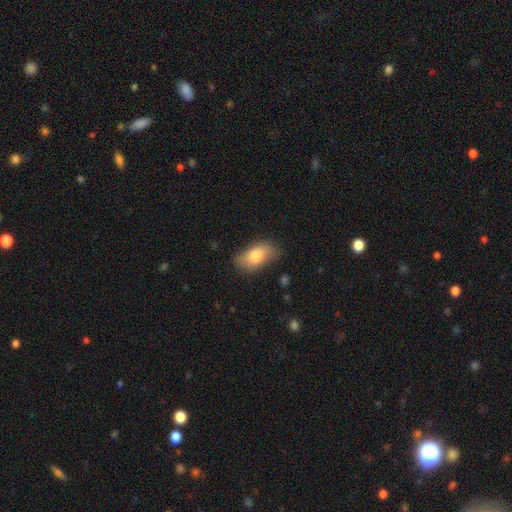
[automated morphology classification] This appears to be a smooth galaxy with no disk features (78%) that is in between round and cigar-shaped (91%). Merging: none (77%).